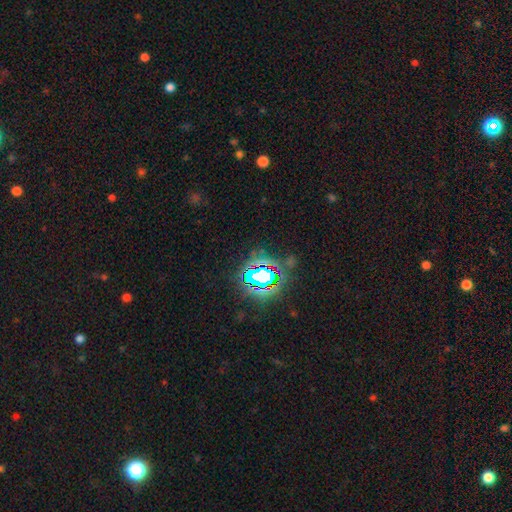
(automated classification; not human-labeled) Q: Smooth or featured?
A: star or artifact (82%); runner-up: smooth (11%)